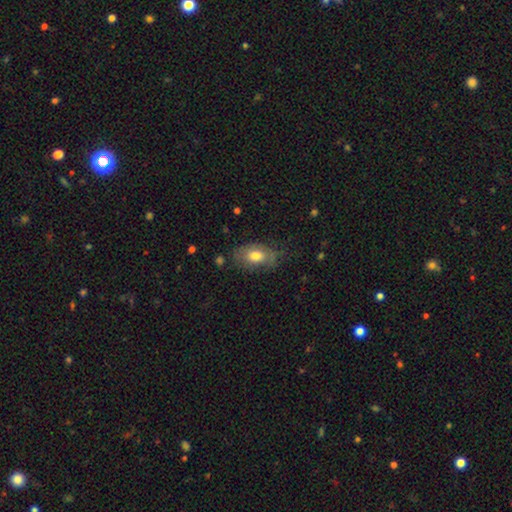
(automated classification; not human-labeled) A smooth galaxy with no disk features (69%) that is in between round and cigar-shaped (87%). Merging: none (56%).